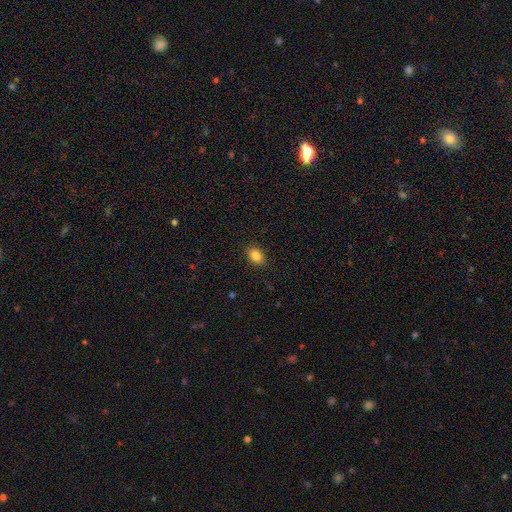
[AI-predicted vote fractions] A smooth galaxy with no disk features (85%) that is in between round and cigar-shaped (72%).

Vote fractions:
- Smooth or featured? smooth: 85% / star or artifact: 10% / featured or disk: 5%
- How rounded? in between: 72% / round: 26% / cigar-shaped: 1%
- Merging? none: 88% / minor disturbance: 9% / major disturbance: 2% / merger: 1%